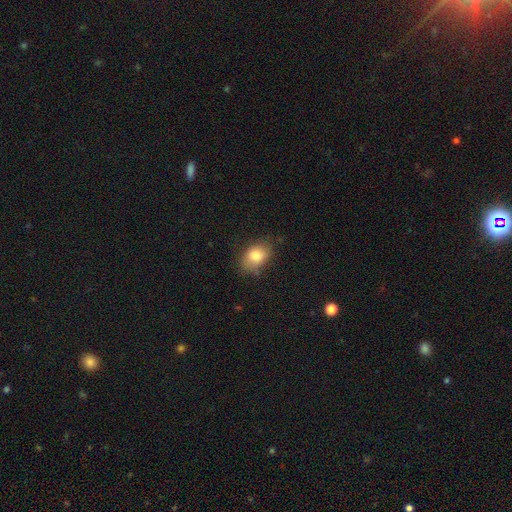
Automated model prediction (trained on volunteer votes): smooth_or_featured: smooth (p=0.82) [alt: featured or disk p=0.10]
how_rounded: in between (p=0.80) [alt: round p=0.19]
merging: none (p=0.70) [alt: minor disturbance p=0.22]